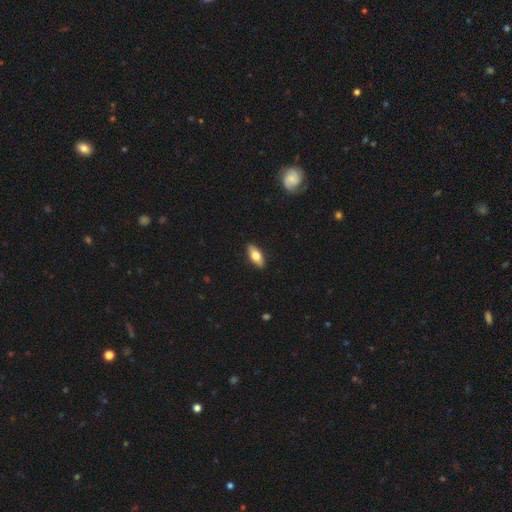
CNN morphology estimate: smooth-or-featured: smooth: 71% | featured or disk: 23% | star or artifact: 6%
  how-rounded: in between: 82% | cigar-shaped: 15% | round: 3%
  merging: none: 89% | minor disturbance: 8% | major disturbance: 2% | merger: 1%